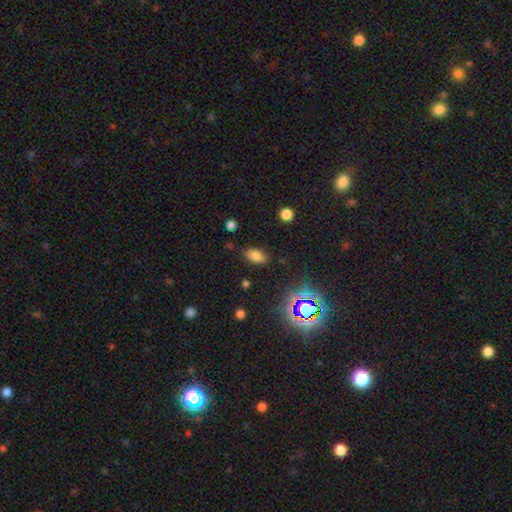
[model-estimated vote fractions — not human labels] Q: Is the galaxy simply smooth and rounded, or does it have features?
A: smooth — 77%.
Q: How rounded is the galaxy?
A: in between — 90%.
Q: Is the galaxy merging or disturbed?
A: none — 82%.